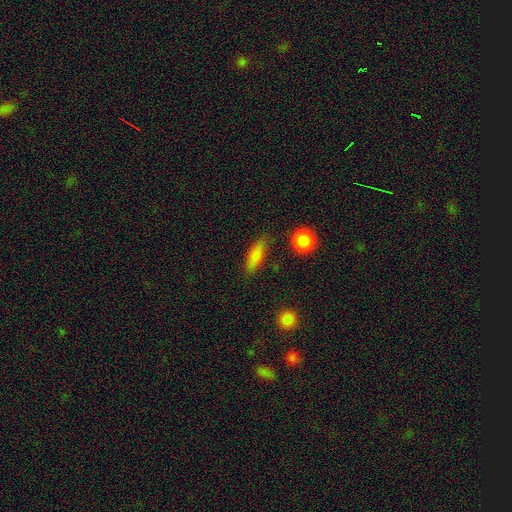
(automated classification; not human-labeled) The model was most divided on "how rounded": in between: 49%, cigar-shaped: 47%, round: 4%. More confident: merging — none (82%); smooth or featured — smooth (80%).